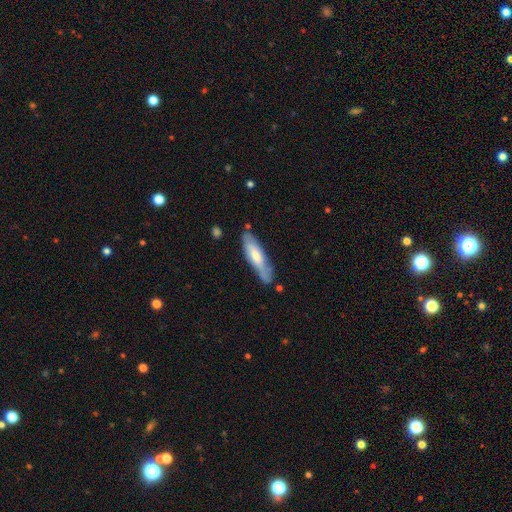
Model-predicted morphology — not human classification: The model was most divided on "smooth or featured": smooth: 55%, featured or disk: 39%, star or artifact: 5%. More confident: merging — none (73%); how rounded — cigar-shaped (62%).